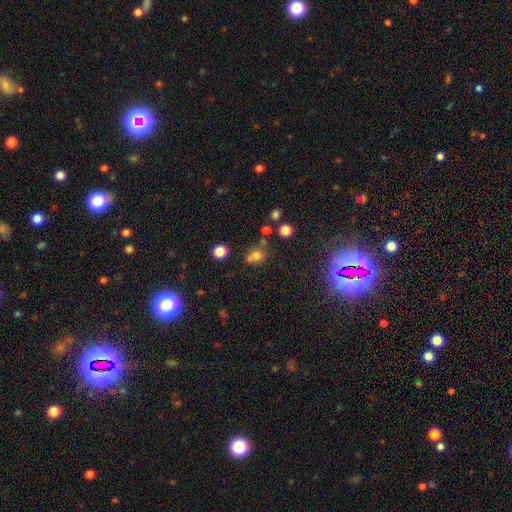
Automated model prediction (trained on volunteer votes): The model was most divided on "merging": none: 52%, merger: 26%, minor disturbance: 15%, major disturbance: 7%. More confident: smooth or featured — smooth (73%); how rounded — round (67%).